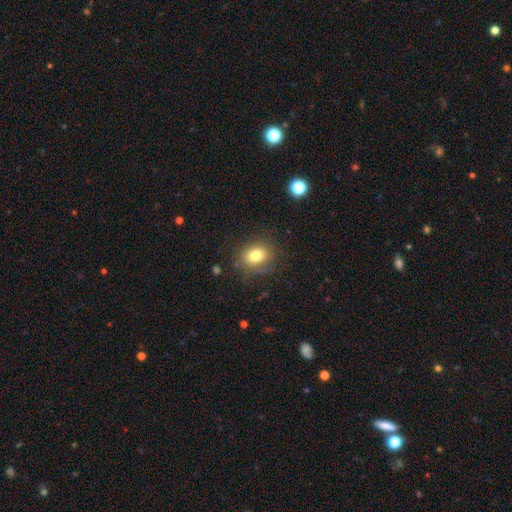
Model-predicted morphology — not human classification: Smooth or featured?
  - smooth: 78% *
  - star or artifact: 12%
  - featured or disk: 11%
How rounded?
  - round: 51% *
  - in between: 48%
  - cigar-shaped: 1%
Merging?
  - none: 79% *
  - minor disturbance: 14%
  - major disturbance: 5%
  - merger: 2%